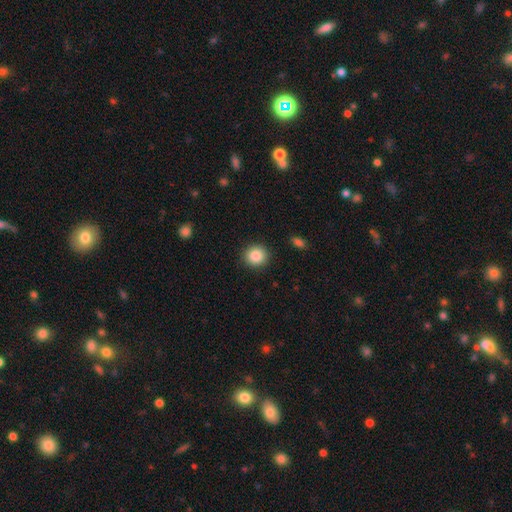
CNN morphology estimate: This is clearly a smooth galaxy (86%). How rounded: clearly round (88%). Merging: clearly none (90%).